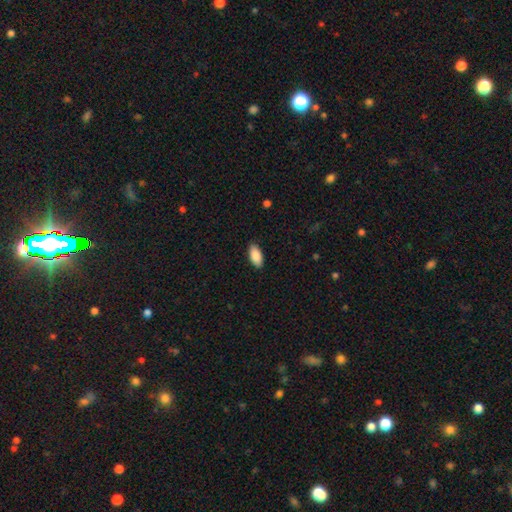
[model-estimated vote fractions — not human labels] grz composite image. It shows a smooth galaxy with no disk features (89%) that is in between round and cigar-shaped (92%). Merging: none (89%).